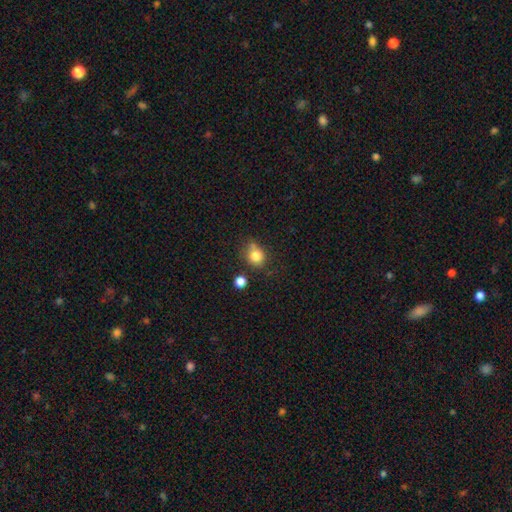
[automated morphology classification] Smooth or featured? smooth (80%)
How rounded? round (72%)
Merging? none (58%)